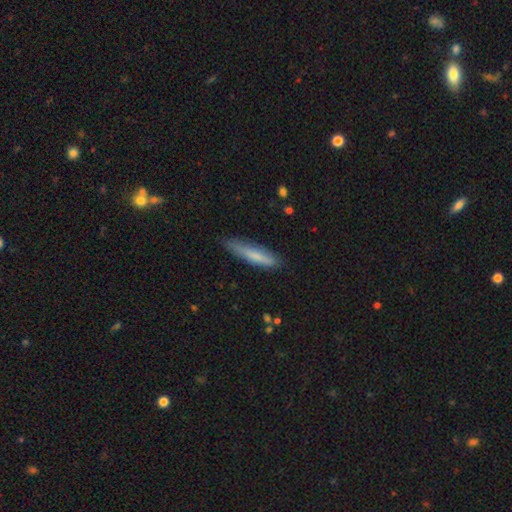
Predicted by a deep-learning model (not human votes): Smooth or featured?
  - smooth: 74% *
  - featured or disk: 20%
  - star or artifact: 6%
How rounded?
  - cigar-shaped: 86% *
  - in between: 12%
  - round: 1%
Merging?
  - none: 76% *
  - minor disturbance: 19%
  - major disturbance: 3%
  - merger: 2%